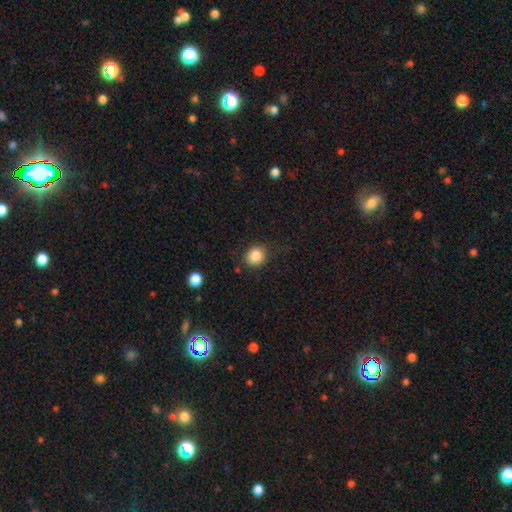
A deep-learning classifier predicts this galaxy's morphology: A smooth galaxy with no disk features (85%) that is round (79%).

Vote fractions:
- Smooth or featured? smooth: 85% / star or artifact: 10% / featured or disk: 5%
- How rounded? round: 79% / in between: 20% / cigar-shaped: 1%
- Merging? none: 81% / minor disturbance: 13% / major disturbance: 4% / merger: 2%